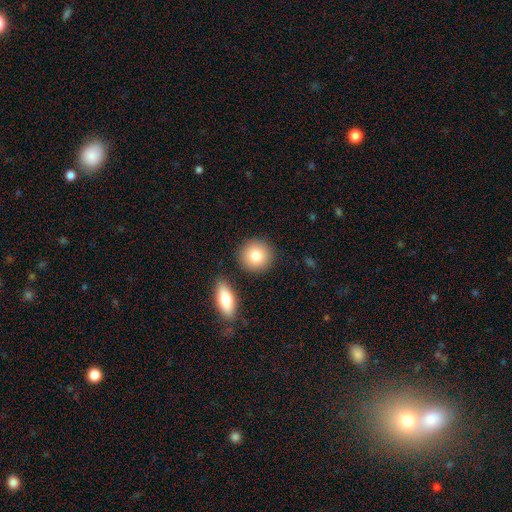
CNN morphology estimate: Q: Smooth or featured?
A: smooth (81%); runner-up: featured or disk (11%)
Q: How rounded?
A: round (90%); runner-up: in between (8%)
Q: Merging?
A: none (84%); runner-up: minor disturbance (7%)